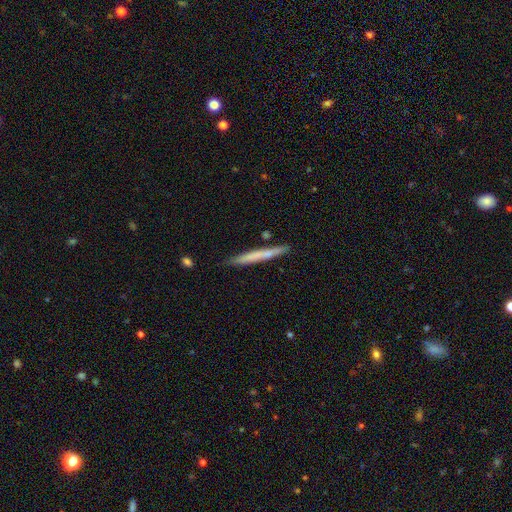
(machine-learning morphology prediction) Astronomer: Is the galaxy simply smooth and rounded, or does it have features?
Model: smooth — 59% (runner-up: featured or disk, 35%).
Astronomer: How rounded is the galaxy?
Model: cigar-shaped — 97%.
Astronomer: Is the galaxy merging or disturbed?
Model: none — 84%.